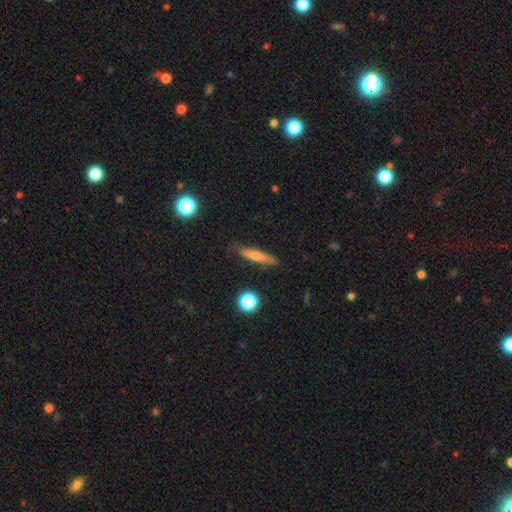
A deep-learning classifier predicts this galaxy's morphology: Smooth or featured? Predicted: smooth (p=0.49). Merging? Predicted: none (p=0.86).